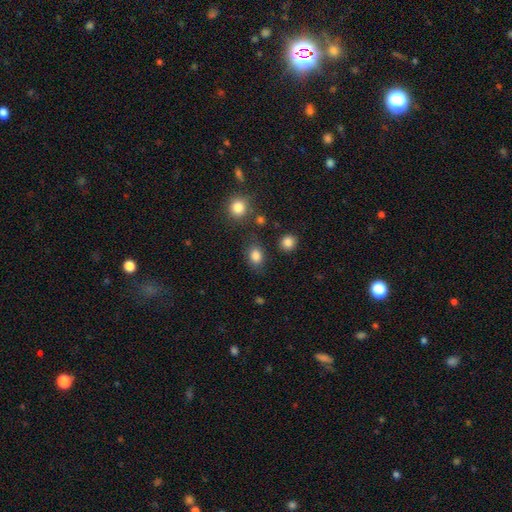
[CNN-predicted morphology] Smooth or featured: smooth — 84% (star or artifact — 11%)
How rounded: in between — 59% (round — 39%)
Merging: none — 77% (minor disturbance — 14%)